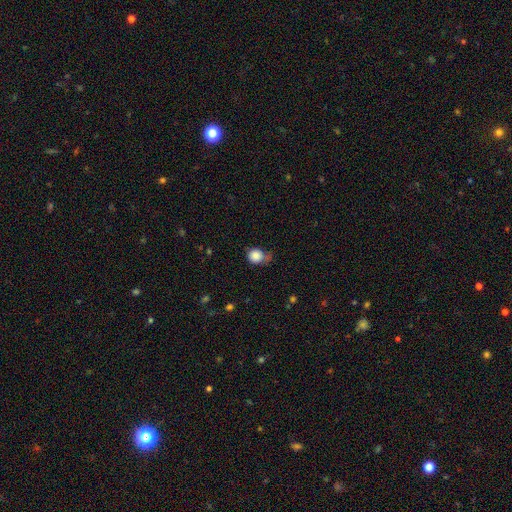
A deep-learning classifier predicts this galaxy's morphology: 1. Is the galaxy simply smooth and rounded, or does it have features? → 85% smooth, 9% star or artifact, 6% featured or disk.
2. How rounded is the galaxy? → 78% round, 21% in between, 1% cigar-shaped.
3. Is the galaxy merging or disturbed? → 43% none, 37% minor disturbance, 16% major disturbance, 4% merger.